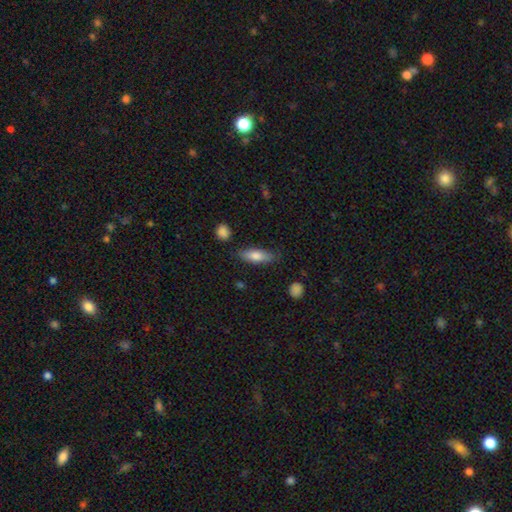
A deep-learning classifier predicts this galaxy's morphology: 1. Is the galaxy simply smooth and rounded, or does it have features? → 74% smooth, 20% featured or disk, 6% star or artifact.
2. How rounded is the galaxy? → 55% in between, 43% cigar-shaped, 2% round.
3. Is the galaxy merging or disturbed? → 80% none, 15% minor disturbance, 3% major disturbance, 2% merger.